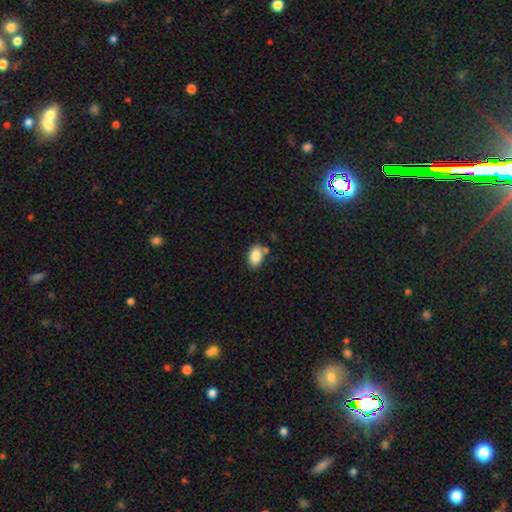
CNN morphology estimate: This appears to be a smooth galaxy with no disk features (86%) that is in between round and cigar-shaped (88%). Merging: none (70%).